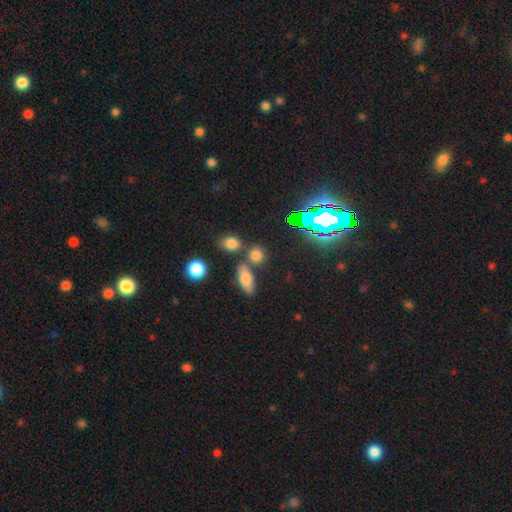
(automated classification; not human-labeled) A smooth galaxy with no disk features (73%) that is round (66%). Merging: none (71%).